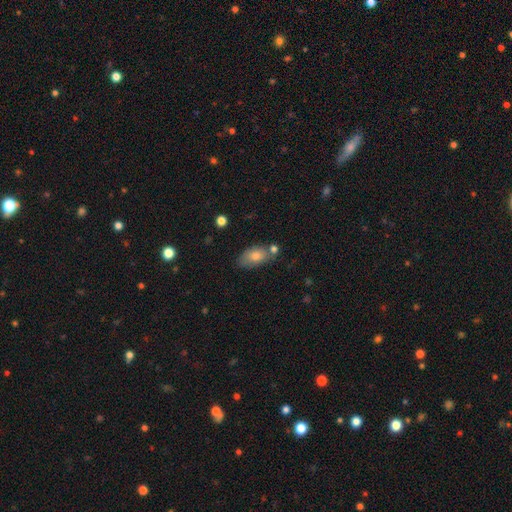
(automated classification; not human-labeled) smooth-or-featured: smooth: 76% | featured or disk: 15% | star or artifact: 9%
  how-rounded: in between: 89% | round: 7% | cigar-shaped: 3%
  merging: none: 63% | minor disturbance: 18% | merger: 14% | major disturbance: 5%